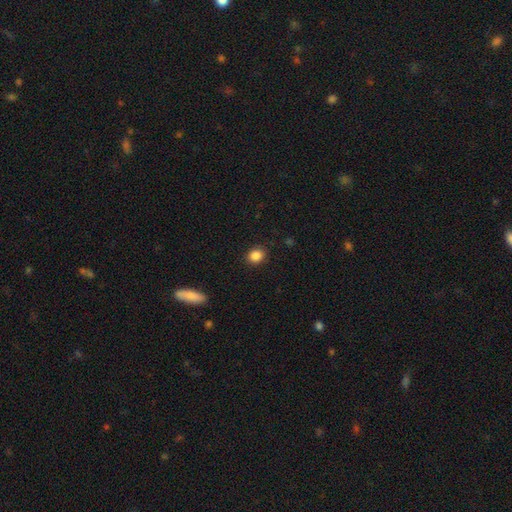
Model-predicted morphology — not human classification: smooth 87%, star or artifact 10%, featured or disk 4%. Down the decision tree: how rounded — round (67%); merging — none (90%).